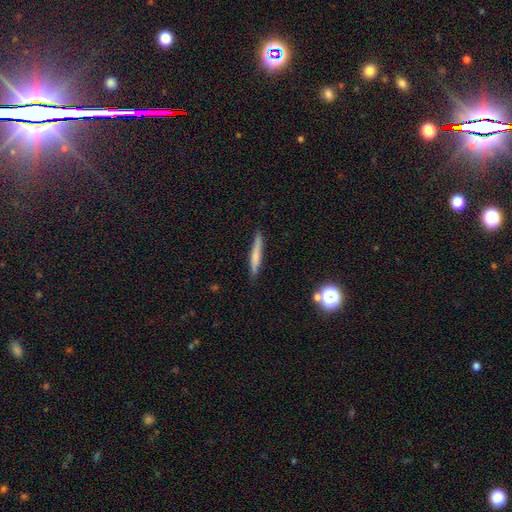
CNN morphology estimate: type=smooth (63%); roundness=cigar-shaped (94%); merging=none (87%).